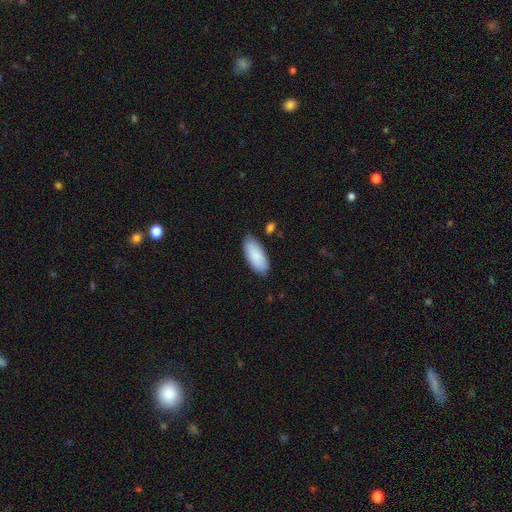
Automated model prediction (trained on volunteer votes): smooth-or-featured: smooth: 88% | featured or disk: 6% | star or artifact: 6%
  how-rounded: in between: 88% | cigar-shaped: 10% | round: 2%
  merging: none: 82% | minor disturbance: 14% | major disturbance: 3% | merger: 2%